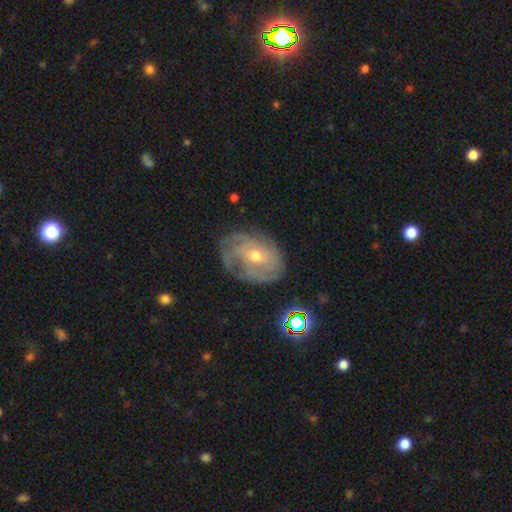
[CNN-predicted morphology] A featured or disk galaxy (76%) with no bar (70%), tight (63%) spiral arms (87%) and a moderate central bulge (60%).

Vote fractions:
- Smooth or featured? featured or disk: 76% / smooth: 14% / star or artifact: 10%
- Edge-on disk? no: 96% / yes: 4%
- Bar? no: 70% / weak: 25% / strong: 5%
- Spiral arms? yes: 87% / no: 13%
- Spiral winding? tight: 63% / medium: 27% / loose: 10%
- Spiral arm count? can't tell: 49% / 3: 16% / 2: 13% / 4: 10% / more than 4: 6% / 1: 6%
- Bulge size? moderate: 60% / small: 36% / large: 2% / none: 1% / dominant: 1%
- Merging? none: 67% / minor disturbance: 22% / major disturbance: 9% / merger: 2%